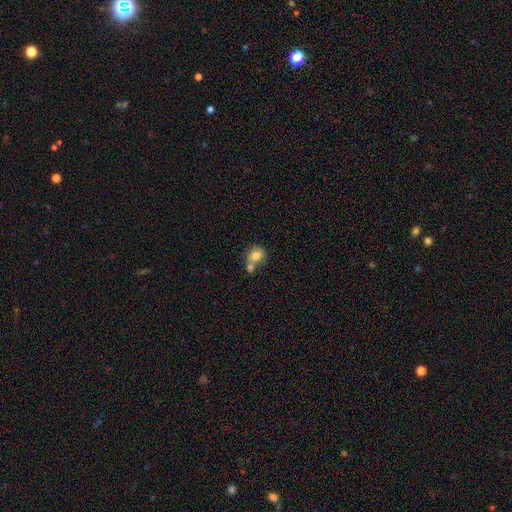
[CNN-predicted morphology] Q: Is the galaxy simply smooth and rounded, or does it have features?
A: smooth — 78%.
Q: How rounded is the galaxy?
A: round — 63%.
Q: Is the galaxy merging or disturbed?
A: merger — 47%.